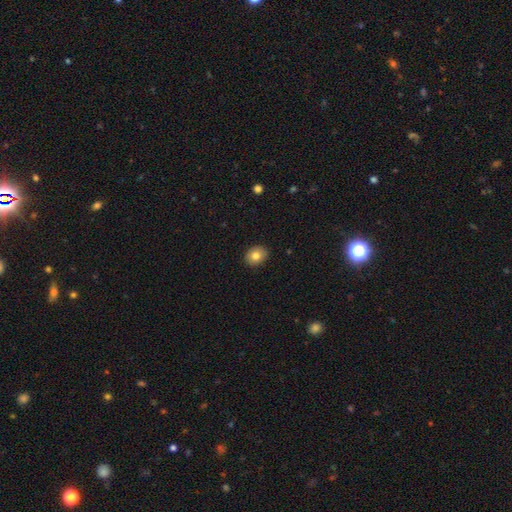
smooth-or-featured: smooth: 79% | featured or disk: 16% | star or artifact: 5%
  how-rounded: in between: 57% | round: 43% | cigar-shaped: 0%
  merging: none: 86% | major disturbance: 11% | minor disturbance: 3% | merger: 0%